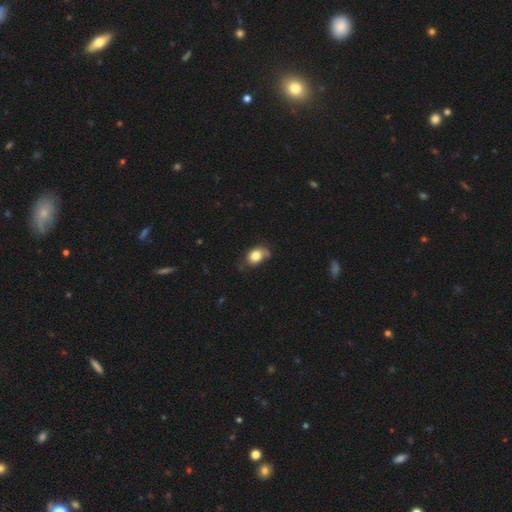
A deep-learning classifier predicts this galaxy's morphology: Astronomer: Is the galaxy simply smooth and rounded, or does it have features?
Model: smooth — 74%.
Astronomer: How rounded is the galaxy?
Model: in between — 62%.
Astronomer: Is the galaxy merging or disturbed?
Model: none — 49% (runner-up: minor disturbance, 32%).